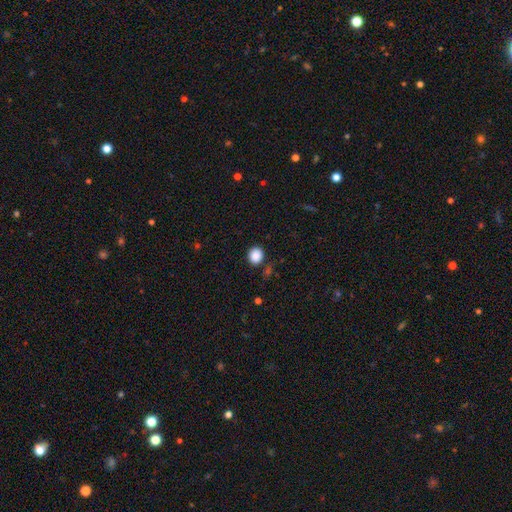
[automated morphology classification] This appears to be a smooth galaxy with no disk features (87%) that is round (80%). Merging: none (85%).